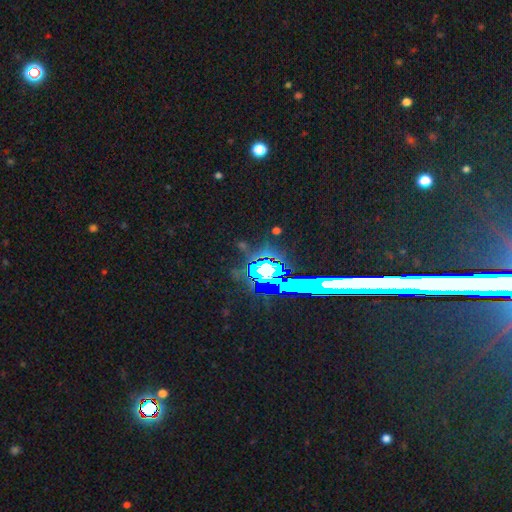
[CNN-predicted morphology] This appears to be a star or artifact, not a galaxy (80%).